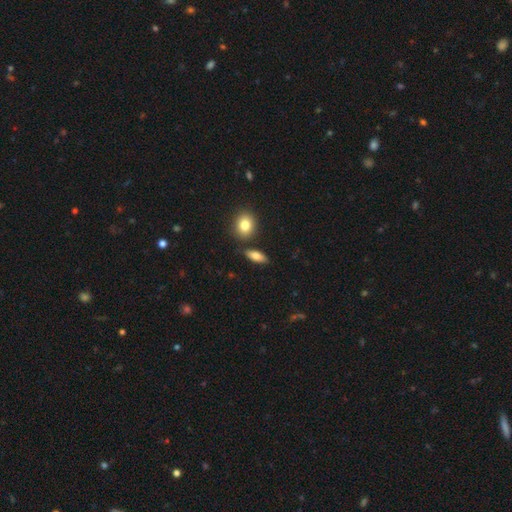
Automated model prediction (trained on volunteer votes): Smooth or featured? smooth (78%)
How rounded? in between (78%)
Merging? none (79%)